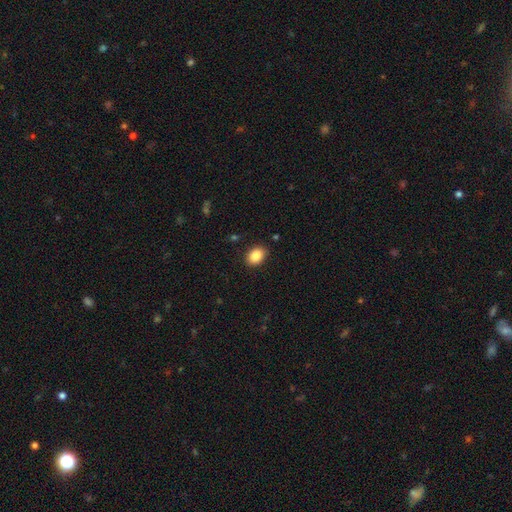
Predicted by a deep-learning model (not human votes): This is clearly a smooth galaxy (87%). How rounded: likely in between (75%). Merging: clearly none (88%).